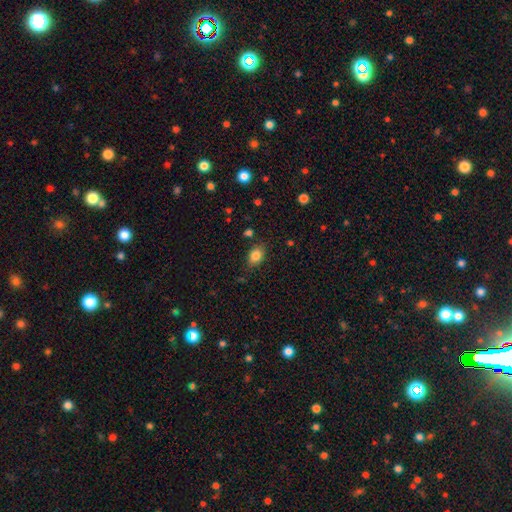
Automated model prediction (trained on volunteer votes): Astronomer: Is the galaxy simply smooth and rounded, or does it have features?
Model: smooth — 83%.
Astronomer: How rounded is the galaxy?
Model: in between — 73%.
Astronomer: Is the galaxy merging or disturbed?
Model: none — 79%.